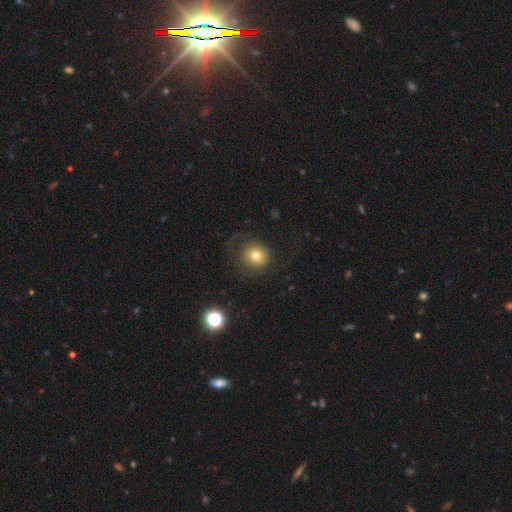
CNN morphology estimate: A smooth galaxy with no disk features (74%) that is round (91%).

Vote fractions:
- Smooth or featured? smooth: 74% / star or artifact: 14% / featured or disk: 12%
- How rounded? round: 91% / in between: 9% / cigar-shaped: 1%
- Merging? none: 74% / minor disturbance: 14% / major disturbance: 10% / merger: 1%